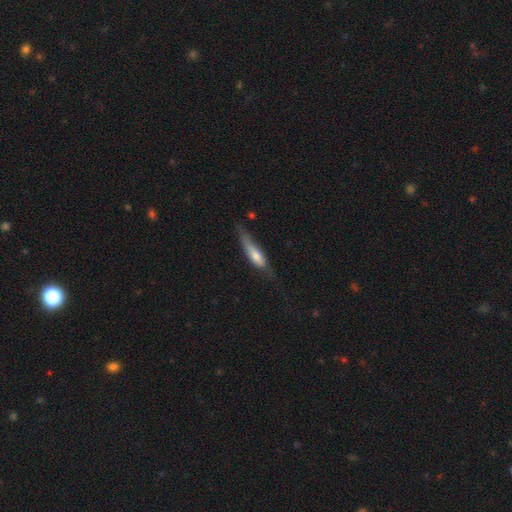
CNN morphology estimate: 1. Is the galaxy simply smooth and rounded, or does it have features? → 62% smooth, 32% featured or disk, 6% star or artifact.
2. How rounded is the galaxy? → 69% cigar-shaped, 29% in between, 2% round.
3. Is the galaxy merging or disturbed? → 46% none, 34% minor disturbance, 18% major disturbance, 3% merger.